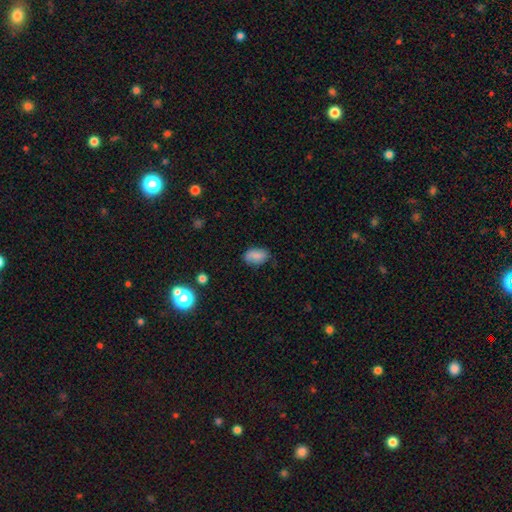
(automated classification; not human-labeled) Overall: smooth (84%). How rounded: in between (91%). Merging: none (71%).